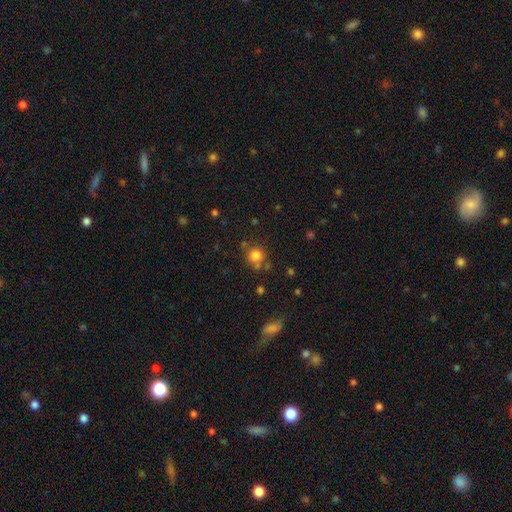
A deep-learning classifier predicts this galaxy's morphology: The model was most divided on "merging": none: 70%, merger: 13%, minor disturbance: 13%, major disturbance: 5%. More confident: how rounded — round (89%); smooth or featured — smooth (79%).